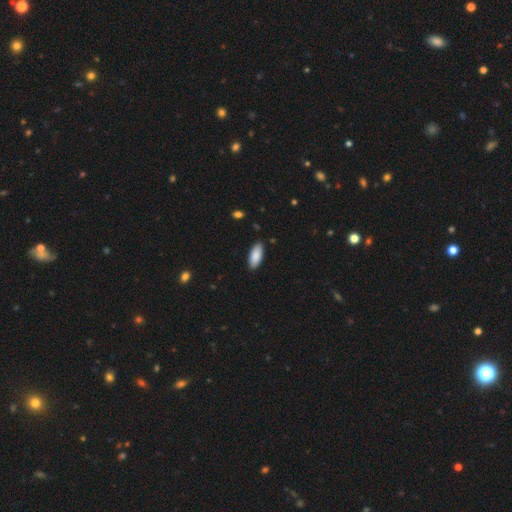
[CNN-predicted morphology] The model was most divided on "how rounded": in between: 84%, cigar-shaped: 14%, round: 1%. More confident: smooth or featured — smooth (89%); merging — none (88%).